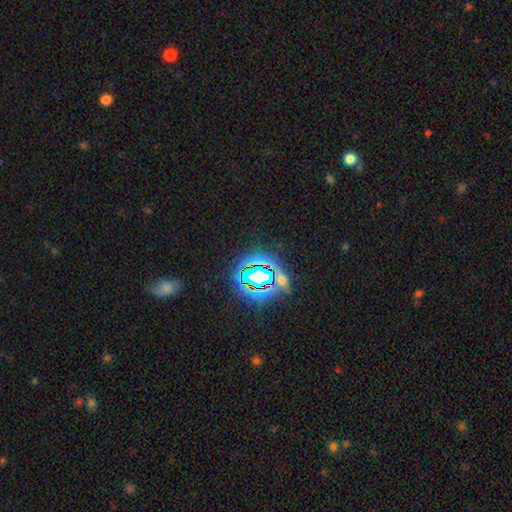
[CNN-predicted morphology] This appears to be a star or artifact, not a galaxy (80%).